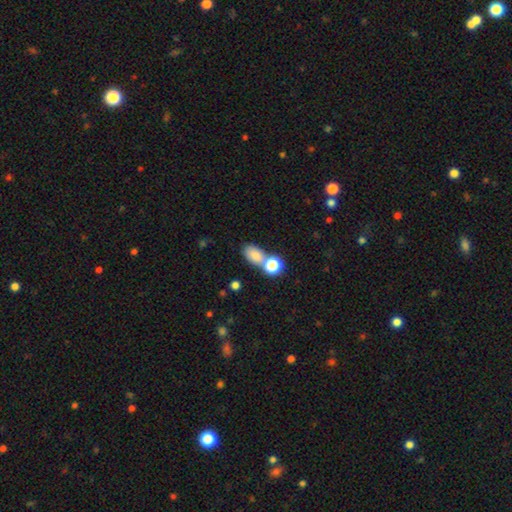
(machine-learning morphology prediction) This is likely a smooth galaxy (78%). How rounded: likely in between (79%). Merging: possibly none (46%).